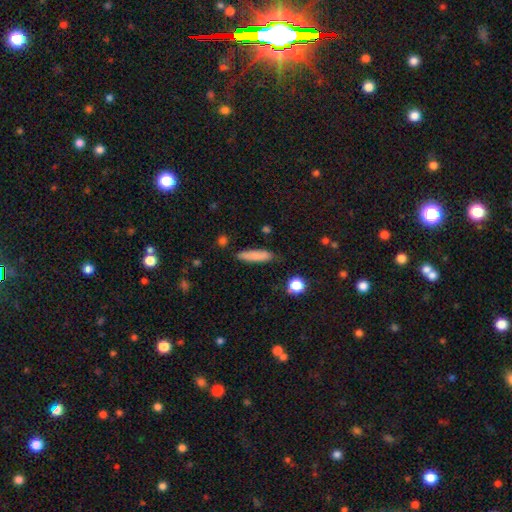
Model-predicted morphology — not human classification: Smooth or featured? smooth (81%)
How rounded? cigar-shaped (77%)
Merging? none (80%)